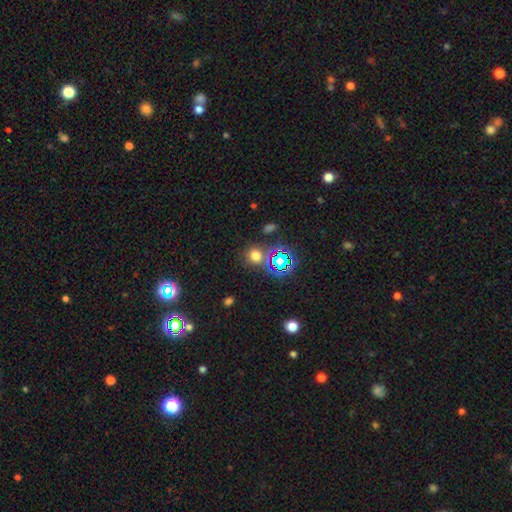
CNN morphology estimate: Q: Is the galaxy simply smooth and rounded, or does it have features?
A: smooth — 60%.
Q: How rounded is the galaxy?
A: round — 81%.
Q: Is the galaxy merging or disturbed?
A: none — 74%.